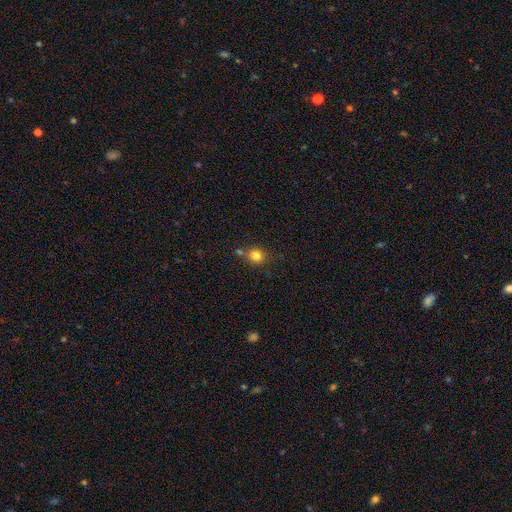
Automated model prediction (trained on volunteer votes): Smooth or featured? smooth (80%)
How rounded? round (81%)
Merging? none (62%)